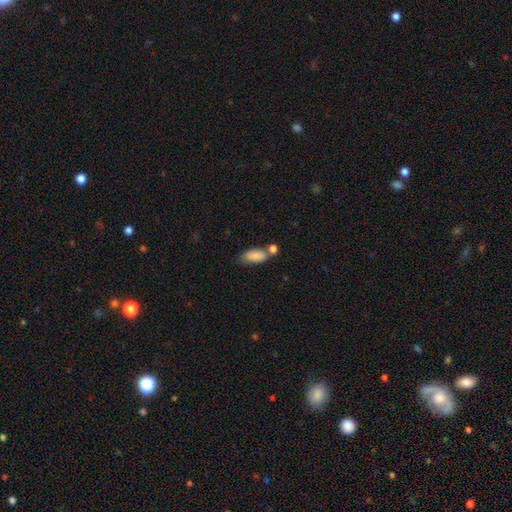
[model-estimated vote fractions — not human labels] This is clearly a smooth galaxy (85%). How rounded: clearly in between (86%). Merging: possibly none (46%).